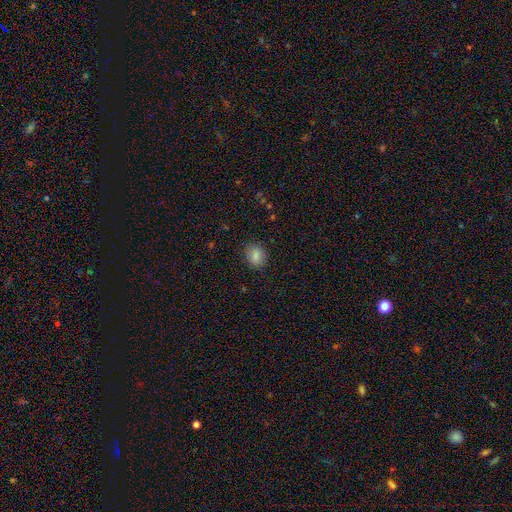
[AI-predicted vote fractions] Morphology: type=smooth (86%); roundness=in between (50%); merging=none (87%).